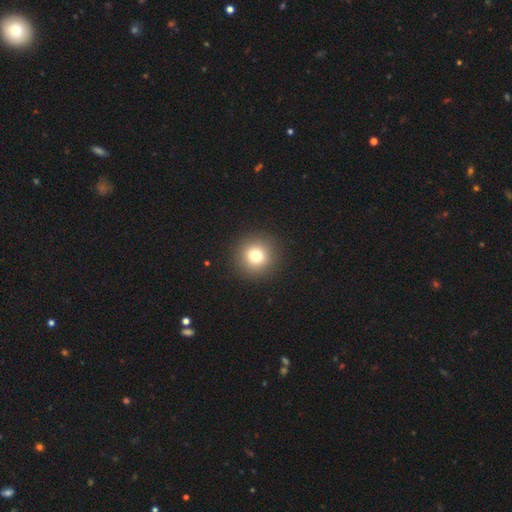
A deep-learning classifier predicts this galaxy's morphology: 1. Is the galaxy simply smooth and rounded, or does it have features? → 77% smooth, 13% star or artifact, 10% featured or disk.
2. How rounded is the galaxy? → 94% round, 5% in between, 1% cigar-shaped.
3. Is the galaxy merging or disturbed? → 93% none, 4% minor disturbance, 2% major disturbance, 1% merger.